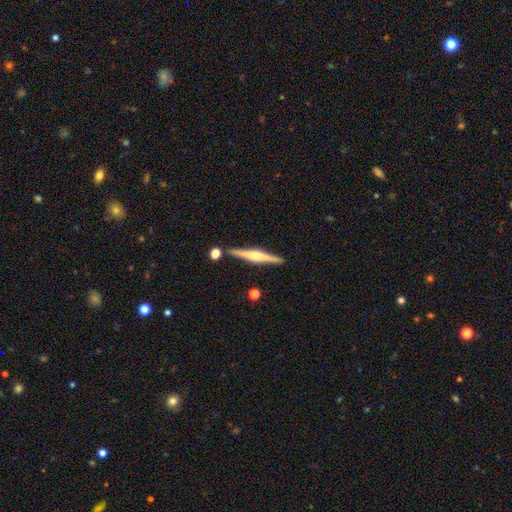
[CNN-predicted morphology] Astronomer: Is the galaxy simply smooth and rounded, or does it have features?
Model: featured or disk — 76%.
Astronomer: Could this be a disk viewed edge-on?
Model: yes — 98%.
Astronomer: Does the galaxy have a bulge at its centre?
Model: rounded — 87%.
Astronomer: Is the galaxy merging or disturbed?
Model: none — 86%.